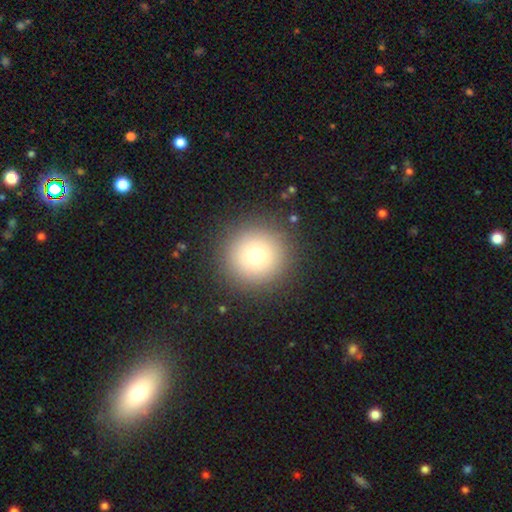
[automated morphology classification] The model was most divided on "smooth or featured": smooth: 75%, star or artifact: 14%, featured or disk: 11%. More confident: how rounded — round (96%); merging — none (90%).